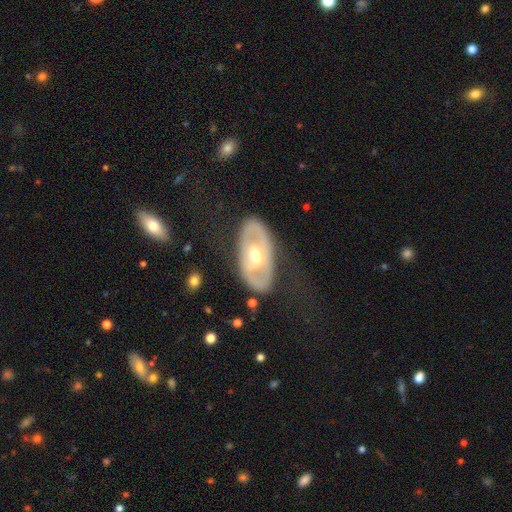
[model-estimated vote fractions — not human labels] Morphology: type=featured or disk (70%); edge-on=no (89%); bar=no (49%); spiral arms=no (65%); bulge=moderate (72%); merging=none (76%).